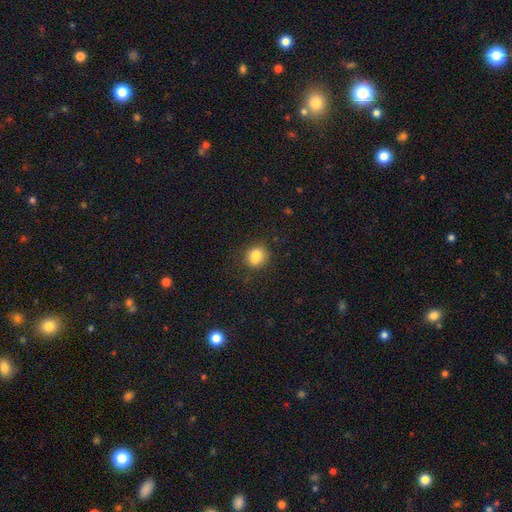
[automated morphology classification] type=smooth (79%); roundness=round (70%); merging=none (61%).